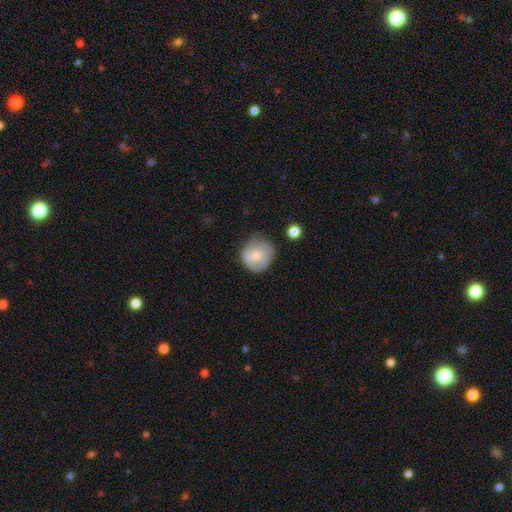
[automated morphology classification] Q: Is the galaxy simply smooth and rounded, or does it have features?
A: smooth — 54%.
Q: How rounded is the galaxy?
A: round — 84%.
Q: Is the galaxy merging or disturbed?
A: none — 56%.